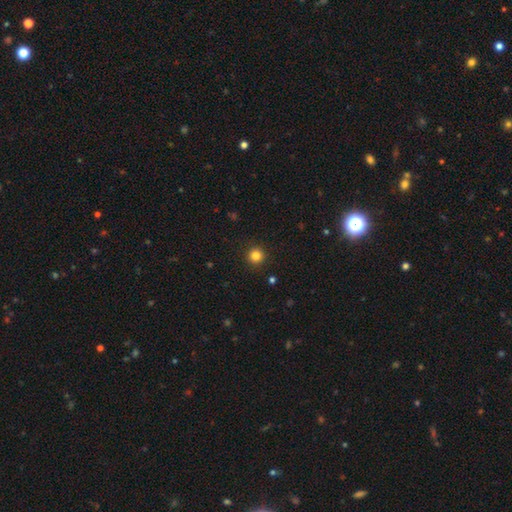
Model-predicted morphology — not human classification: smooth_or_featured: smooth (p=0.83) [alt: star or artifact p=0.13]
how_rounded: round (p=0.95) [alt: in between p=0.04]
merging: none (p=0.93) [alt: minor disturbance p=0.05]